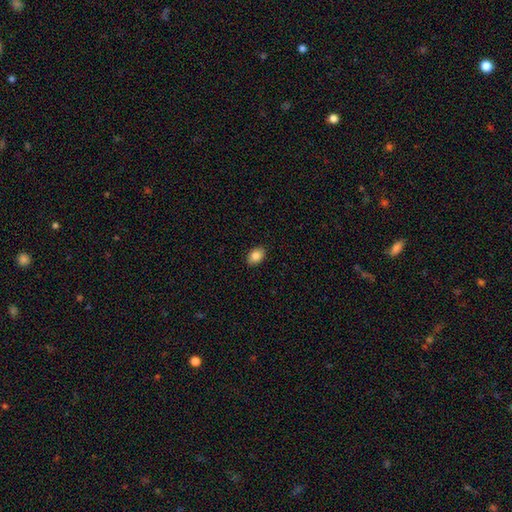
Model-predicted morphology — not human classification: smooth 86%, star or artifact 8%, featured or disk 6%. Down the decision tree: how rounded — in between (84%); merging — none (89%).